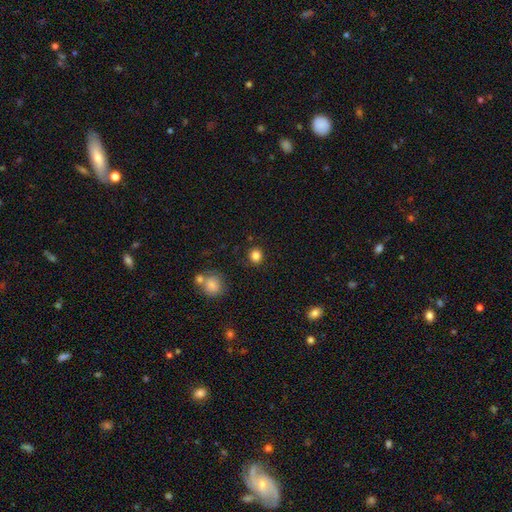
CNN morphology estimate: type=smooth (84%); roundness=round (87%); merging=none (88%).